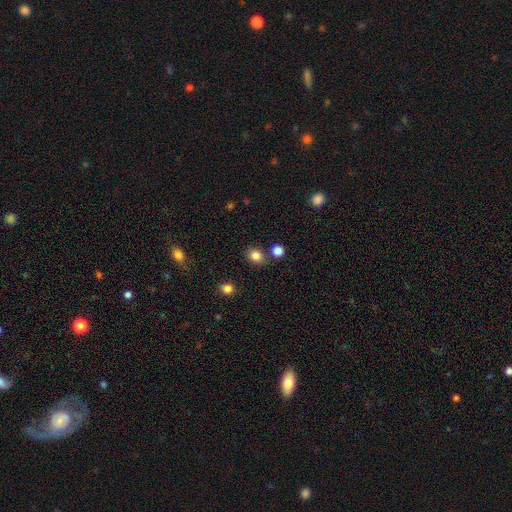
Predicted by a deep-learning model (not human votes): This is clearly a smooth galaxy (83%). How rounded: likely round (61%). Merging: clearly none (81%).